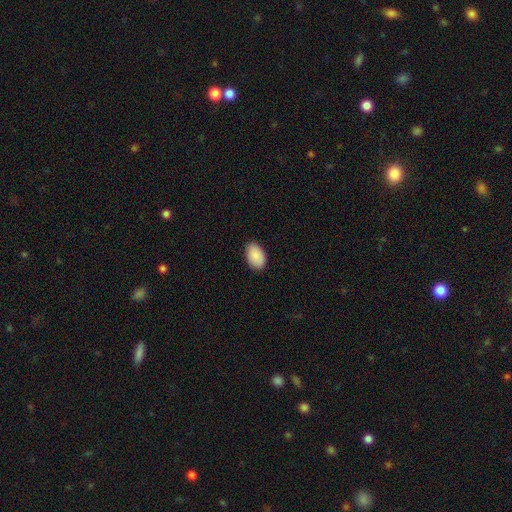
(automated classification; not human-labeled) Q: Smooth or featured?
A: smooth (90%); runner-up: star or artifact (6%)
Q: How rounded?
A: in between (93%); runner-up: round (6%)
Q: Merging?
A: none (87%); runner-up: minor disturbance (10%)